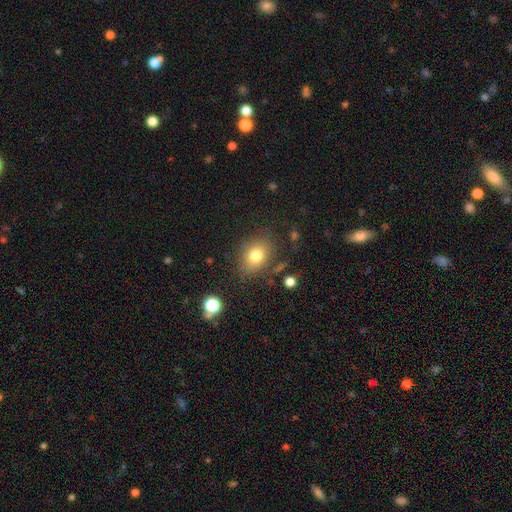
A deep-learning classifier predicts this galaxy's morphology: This is likely a smooth galaxy (77%). How rounded: likely in between (64%). Merging: likely none (78%).